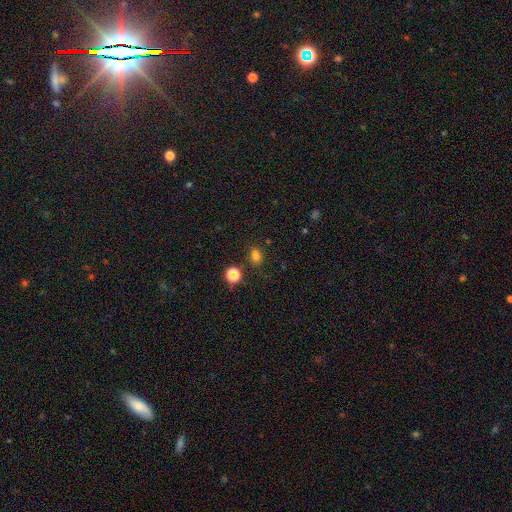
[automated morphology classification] Smooth or featured? smooth (76%)
How rounded? round (51%)
Merging? none (79%)